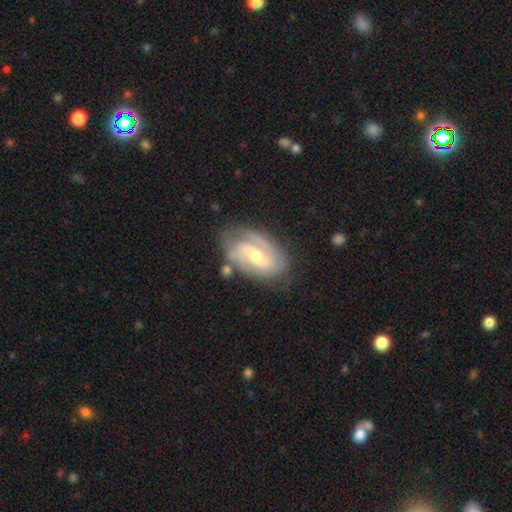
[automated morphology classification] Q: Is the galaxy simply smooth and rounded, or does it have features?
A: featured or disk — 83%.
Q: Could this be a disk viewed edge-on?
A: no — 96%.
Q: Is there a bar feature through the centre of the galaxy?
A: weak — 48%.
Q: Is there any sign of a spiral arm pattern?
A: yes — 94%.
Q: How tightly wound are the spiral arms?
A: medium — 45%.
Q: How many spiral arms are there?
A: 2 — 69%.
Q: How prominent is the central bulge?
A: small — 49%.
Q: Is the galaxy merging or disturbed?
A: none — 69%.